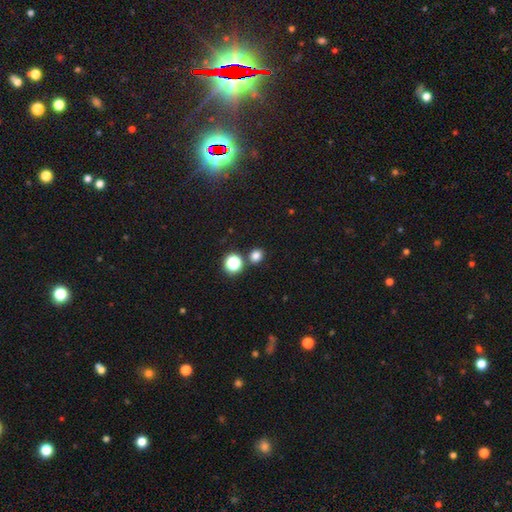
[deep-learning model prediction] Smooth or featured?
  - smooth: 77% *
  - star or artifact: 18%
  - featured or disk: 5%
How rounded?
  - round: 79% *
  - in between: 20%
  - cigar-shaped: 1%
Merging?
  - none: 82% *
  - merger: 9%
  - minor disturbance: 7%
  - major disturbance: 3%